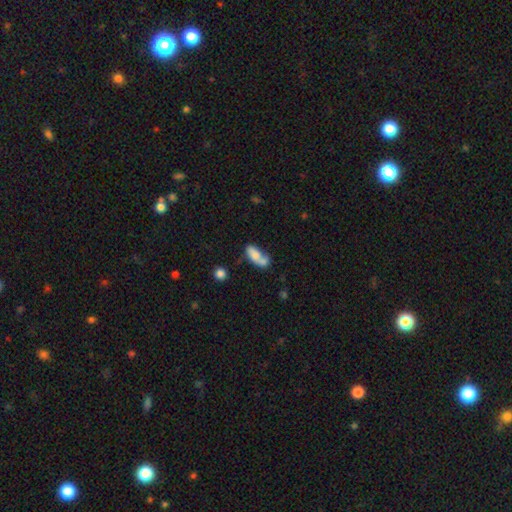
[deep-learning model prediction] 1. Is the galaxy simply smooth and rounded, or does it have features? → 69% smooth, 22% featured or disk, 9% star or artifact.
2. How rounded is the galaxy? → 83% in between, 10% cigar-shaped, 7% round.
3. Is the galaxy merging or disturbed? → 53% merger, 24% none, 14% minor disturbance, 10% major disturbance.